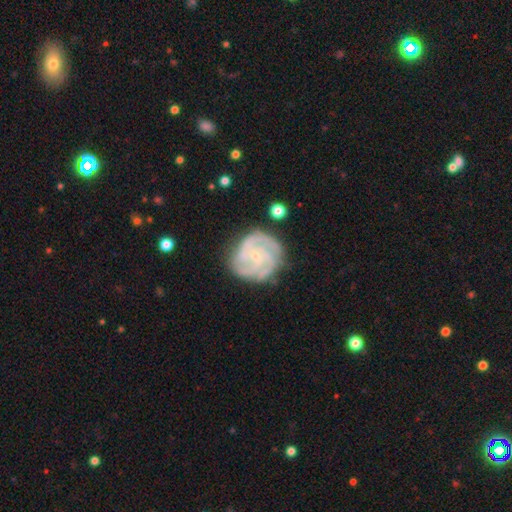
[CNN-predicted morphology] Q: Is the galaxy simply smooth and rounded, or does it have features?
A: featured or disk — 88%.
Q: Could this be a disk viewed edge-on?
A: no — 98%.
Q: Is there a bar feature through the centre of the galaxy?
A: no — 67%.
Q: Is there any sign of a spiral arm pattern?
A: yes — 98%.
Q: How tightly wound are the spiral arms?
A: tight — 69%.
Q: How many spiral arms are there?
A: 3 — 39%.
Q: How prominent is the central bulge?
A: small — 82%.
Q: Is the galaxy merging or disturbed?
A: none — 77%.